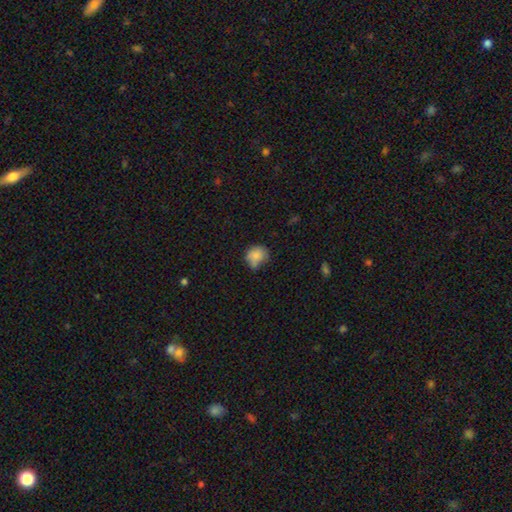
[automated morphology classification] Overall: smooth (82%). How rounded: round (73%). Merging: none (53%; minor disturbance 31%).